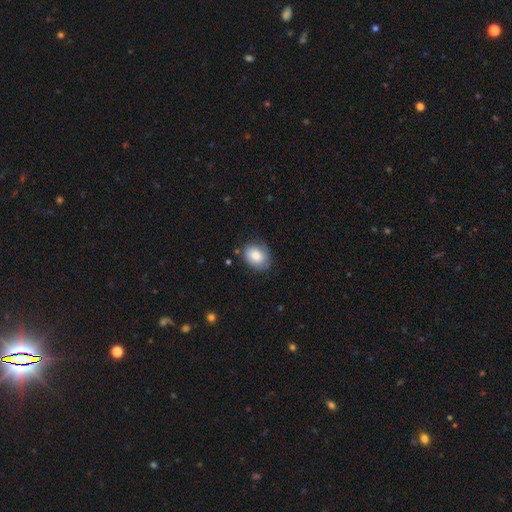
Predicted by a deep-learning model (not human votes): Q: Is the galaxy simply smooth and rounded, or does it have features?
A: smooth — 79%.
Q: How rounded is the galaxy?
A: in between — 53%.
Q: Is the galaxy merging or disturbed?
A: none — 69%.